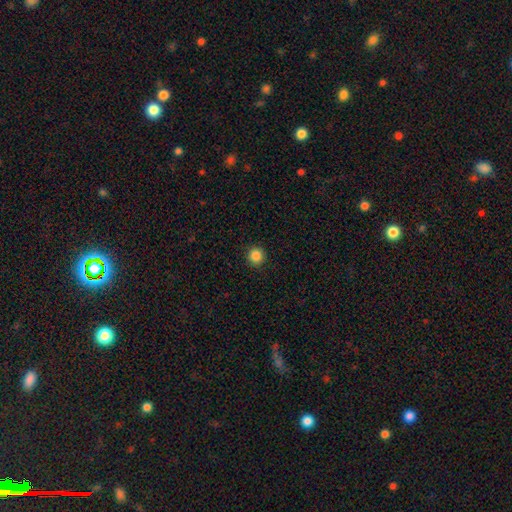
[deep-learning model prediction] Q: Smooth or featured?
A: smooth (86%); runner-up: star or artifact (11%)
Q: How rounded?
A: round (95%); runner-up: in between (4%)
Q: Merging?
A: none (92%); runner-up: minor disturbance (5%)